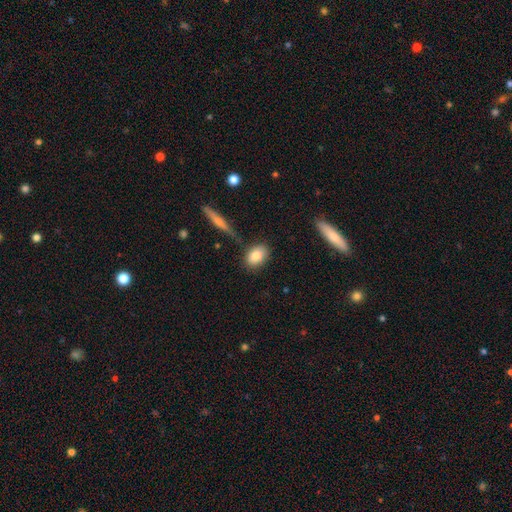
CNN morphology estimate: This is clearly a smooth galaxy (82%). How rounded: likely in between (79%). Merging: likely none (76%).